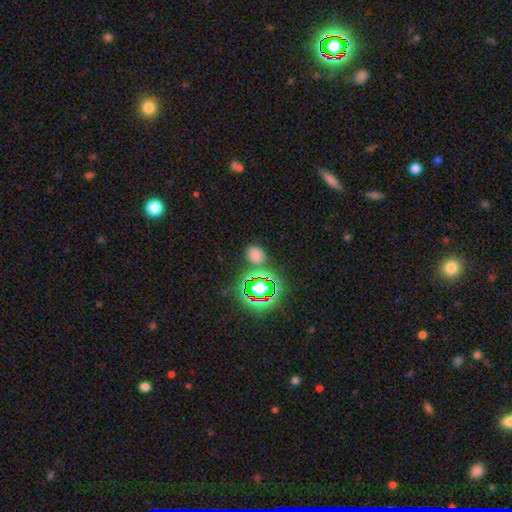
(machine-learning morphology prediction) The model was most divided on "how rounded": round: 50%, in between: 48%, cigar-shaped: 2%. More confident: merging — none (75%); smooth or featured — smooth (62%).